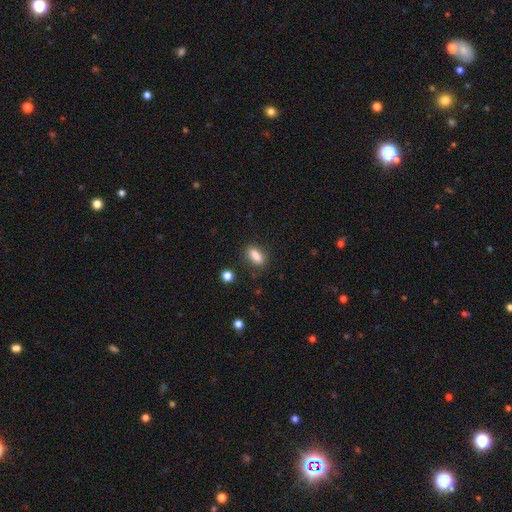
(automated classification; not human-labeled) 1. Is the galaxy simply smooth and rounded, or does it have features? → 86% smooth, 8% star or artifact, 6% featured or disk.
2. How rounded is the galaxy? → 80% in between, 14% cigar-shaped, 6% round.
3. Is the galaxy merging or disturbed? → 83% none, 11% minor disturbance, 3% major disturbance, 3% merger.